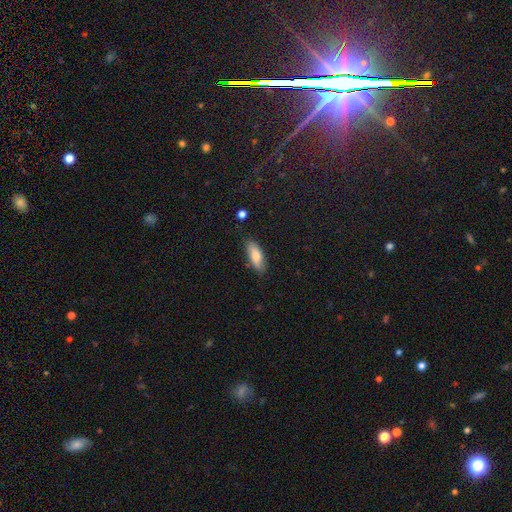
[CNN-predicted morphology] Smooth or featured: smooth — 76% (featured or disk — 17%)
How rounded: in between — 69% (cigar-shaped — 28%)
Merging: none — 78% (minor disturbance — 17%)